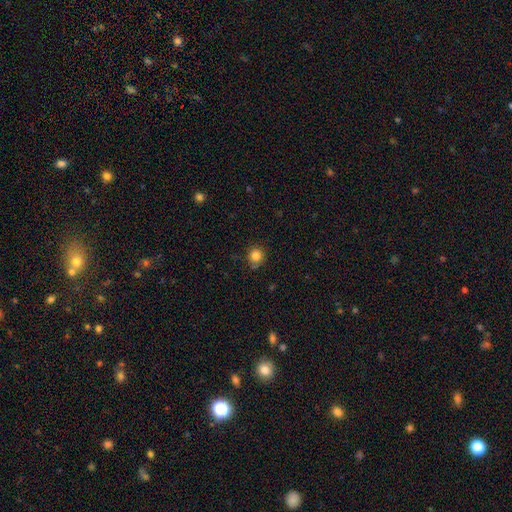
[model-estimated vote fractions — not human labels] Overall: smooth (83%). How rounded: round (89%). Merging: none (78%).